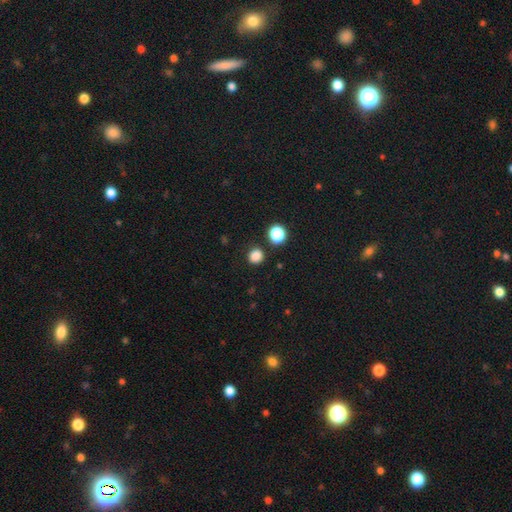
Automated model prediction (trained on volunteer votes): This is clearly a smooth galaxy (84%). How rounded: clearly round (87%). Merging: clearly none (87%).